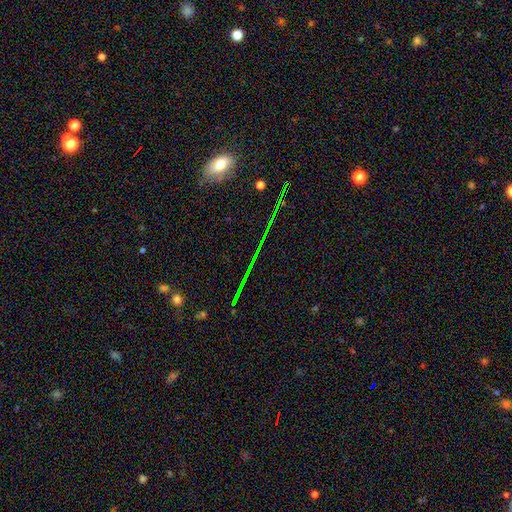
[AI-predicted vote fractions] Smooth or featured: star or artifact — 71% (smooth — 15%)